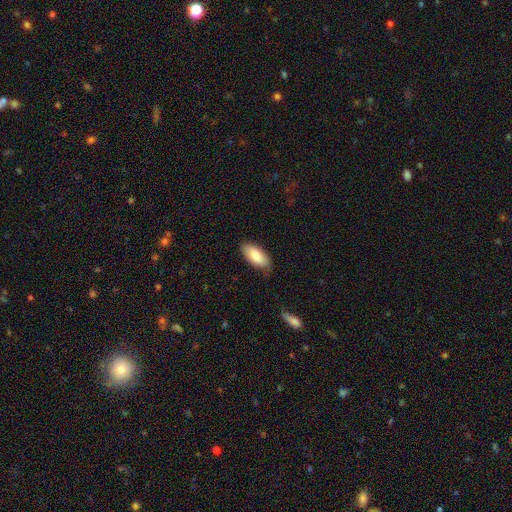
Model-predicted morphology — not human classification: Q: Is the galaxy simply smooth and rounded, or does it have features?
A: smooth — 84%.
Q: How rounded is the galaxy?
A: in between — 91%.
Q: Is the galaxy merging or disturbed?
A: none — 81%.